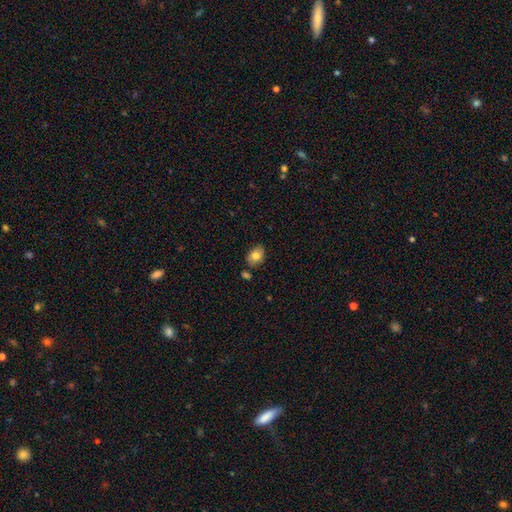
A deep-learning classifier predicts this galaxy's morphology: Smooth or featured: smooth — 80% (featured or disk — 12%)
How rounded: in between — 77% (round — 22%)
Merging: none — 78% (minor disturbance — 14%)